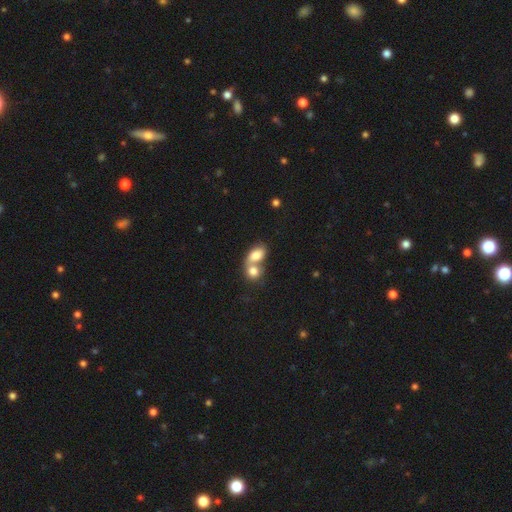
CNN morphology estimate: type=smooth (78%); roundness=in between (77%); merging=merger (71%).